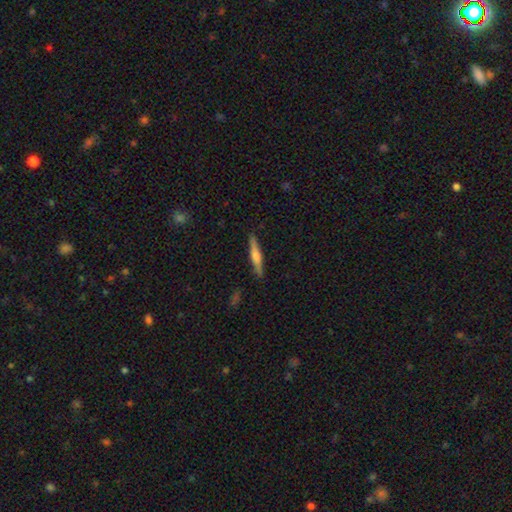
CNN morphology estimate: A featured or disk galaxy (55%) viewed edge-on (97%) with a rounded central bulge (75%).

Vote fractions:
- Smooth or featured? featured or disk: 55% / smooth: 39% / star or artifact: 6%
- Edge-on disk? yes: 97% / no: 3%
- Edge-on bulge? rounded: 75% / boxy: 15% / none: 10%
- Merging? none: 89% / minor disturbance: 8% / major disturbance: 2% / merger: 1%